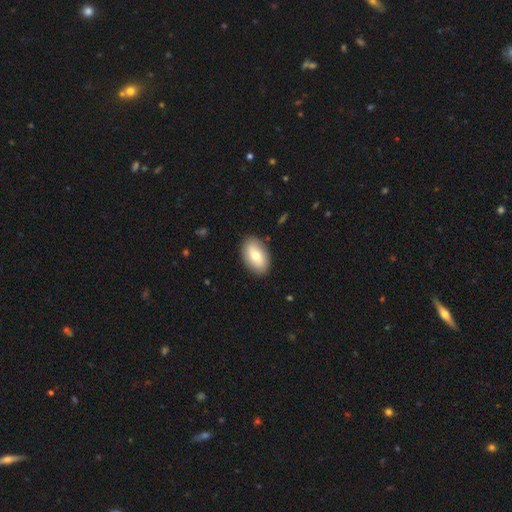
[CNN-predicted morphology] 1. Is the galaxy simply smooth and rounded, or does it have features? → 73% smooth, 21% featured or disk, 6% star or artifact.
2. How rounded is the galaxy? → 93% in between, 6% round, 2% cigar-shaped.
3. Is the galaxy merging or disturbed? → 88% none, 9% minor disturbance, 2% major disturbance, 1% merger.